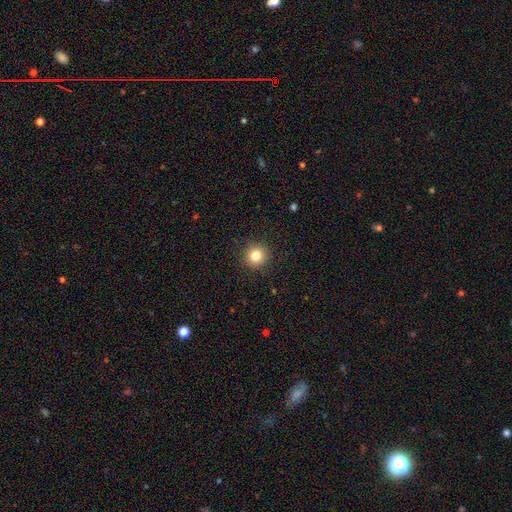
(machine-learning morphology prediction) Q: Smooth or featured?
A: smooth (81%); runner-up: star or artifact (12%)
Q: How rounded?
A: round (94%); runner-up: in between (5%)
Q: Merging?
A: none (92%); runner-up: minor disturbance (5%)